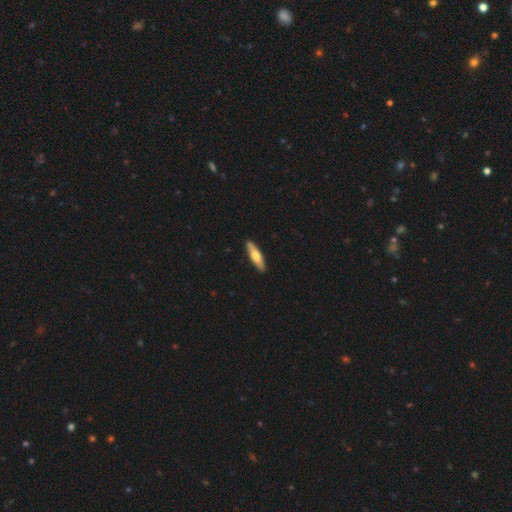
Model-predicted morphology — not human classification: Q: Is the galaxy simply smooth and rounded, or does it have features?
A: smooth — 55%.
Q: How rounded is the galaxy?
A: cigar-shaped — 75%.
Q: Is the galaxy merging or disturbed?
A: none — 91%.